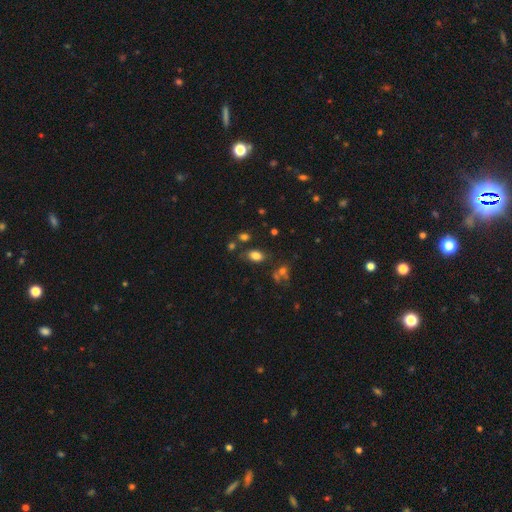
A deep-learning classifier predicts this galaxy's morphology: A smooth galaxy with no disk features (79%) that is in between round and cigar-shaped (86%). Merging: none (74%).